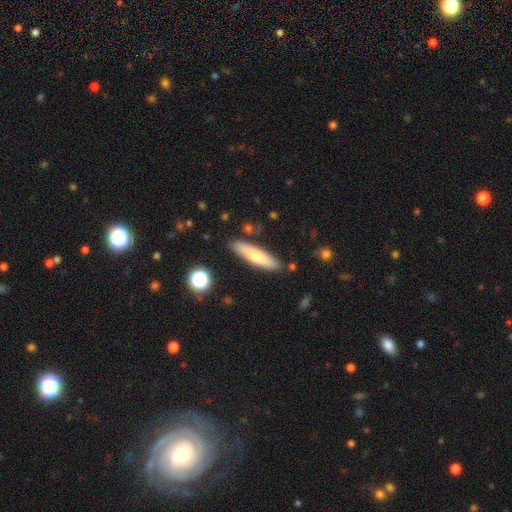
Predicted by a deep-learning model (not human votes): A smooth galaxy with no disk features (62%) that is cigar-shaped (77%). Merging: none (85%).